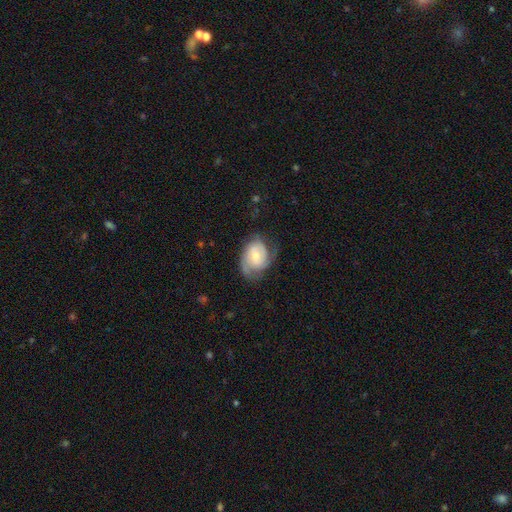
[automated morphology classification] The model was most divided on "bulge size" (2-way tie): small: 41%, moderate: 41%, large: 9%, none: 7%, dominant: 2%. Remaining: edge-on disk — no (97%); spiral arms — yes (88%); smooth or featured — featured or disk (61%); spiral arm count — 2 (56%); bar — no (55%); merging — none (51%); spiral winding — medium (43%).